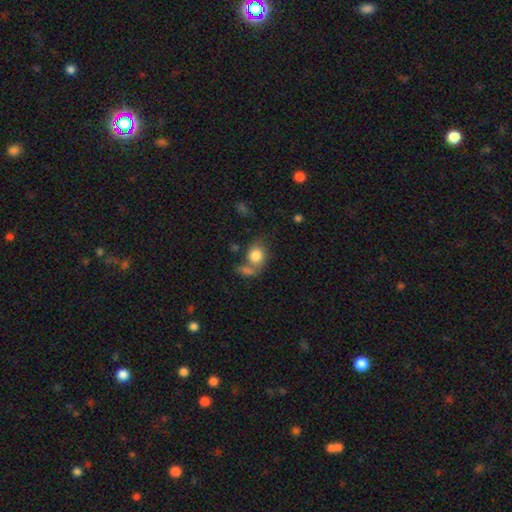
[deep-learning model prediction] This appears to be a smooth galaxy with no disk features (79%) that is round (54%). Merging: none (40%).